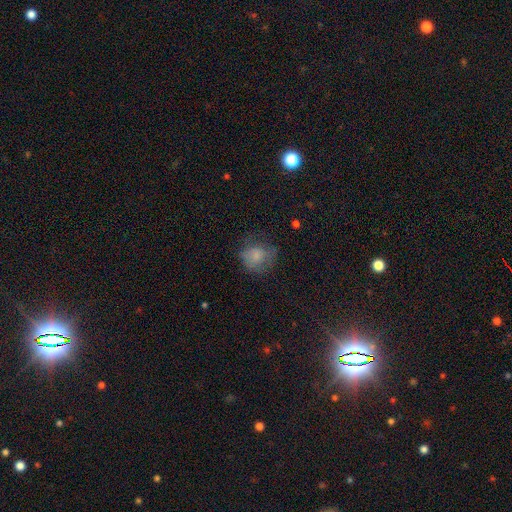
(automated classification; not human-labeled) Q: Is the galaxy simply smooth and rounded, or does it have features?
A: smooth — 74%.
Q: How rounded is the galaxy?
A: round — 72%.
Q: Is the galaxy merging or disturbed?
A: none — 54%.